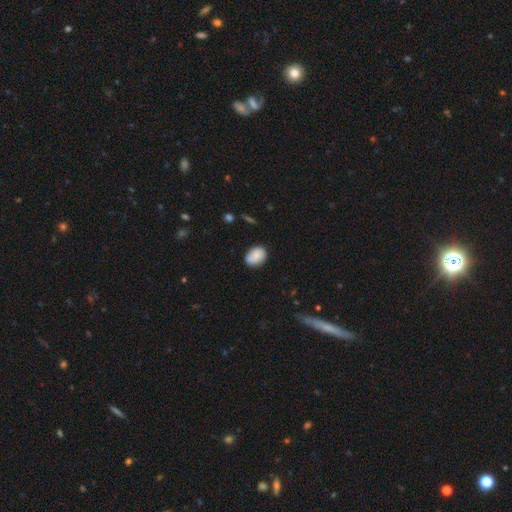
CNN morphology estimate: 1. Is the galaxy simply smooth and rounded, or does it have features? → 82% smooth, 10% featured or disk, 8% star or artifact.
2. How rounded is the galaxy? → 72% in between, 27% round, 1% cigar-shaped.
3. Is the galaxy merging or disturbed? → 75% none, 19% minor disturbance, 3% major disturbance, 2% merger.